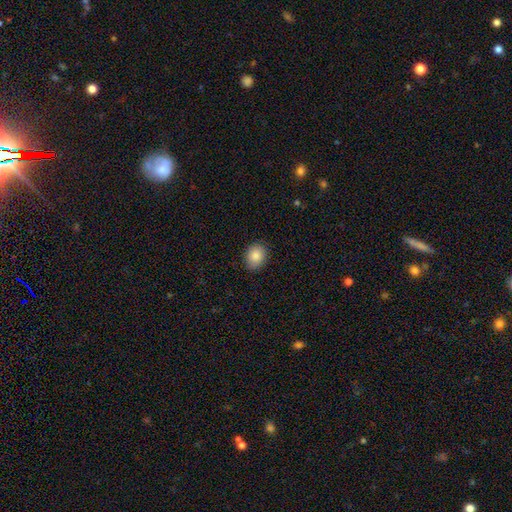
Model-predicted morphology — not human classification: Q: Smooth or featured?
A: smooth (86%); runner-up: star or artifact (8%)
Q: How rounded?
A: round (53%); runner-up: in between (46%)
Q: Merging?
A: none (87%); runner-up: minor disturbance (10%)